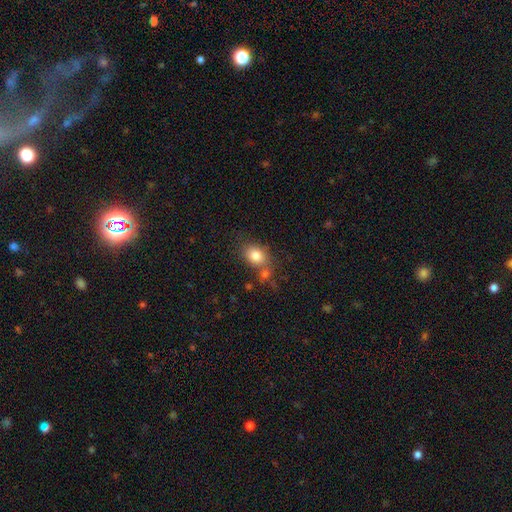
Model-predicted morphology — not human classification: A smooth galaxy with no disk features (81%) that is in between round and cigar-shaped (62%).

Vote fractions:
- Smooth or featured? smooth: 81% / star or artifact: 10% / featured or disk: 9%
- How rounded? in between: 62% / round: 37% / cigar-shaped: 1%
- Merging? none: 59% / merger: 19% / minor disturbance: 16% / major disturbance: 6%